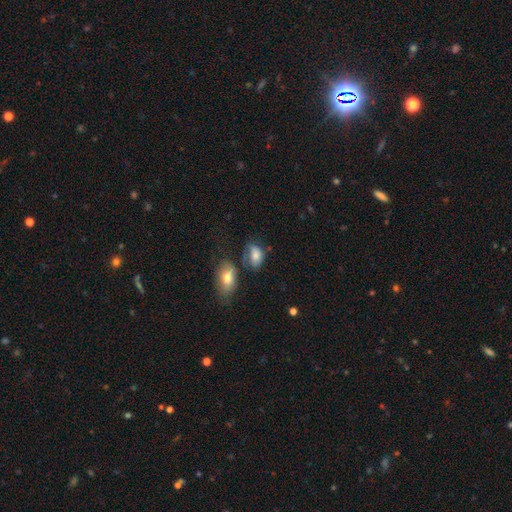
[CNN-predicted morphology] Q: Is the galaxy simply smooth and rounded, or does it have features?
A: smooth — 76%.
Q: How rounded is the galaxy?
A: in between — 84%.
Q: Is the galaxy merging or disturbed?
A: none — 40%.